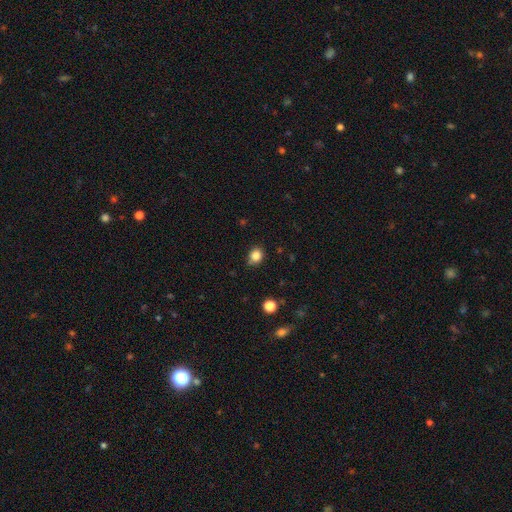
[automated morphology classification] A smooth galaxy with no disk features (83%) that is round (73%). Merging: none (75%).